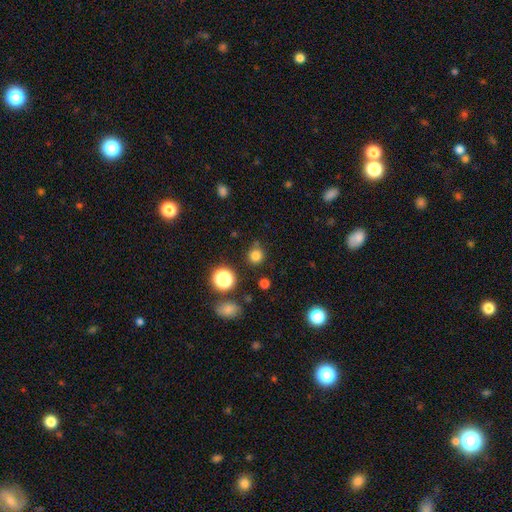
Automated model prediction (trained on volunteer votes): Smooth or featured?
  - smooth: 79% *
  - star or artifact: 17%
  - featured or disk: 5%
How rounded?
  - round: 91% *
  - in between: 8%
  - cigar-shaped: 1%
Merging?
  - none: 82% *
  - minor disturbance: 11%
  - merger: 4%
  - major disturbance: 3%